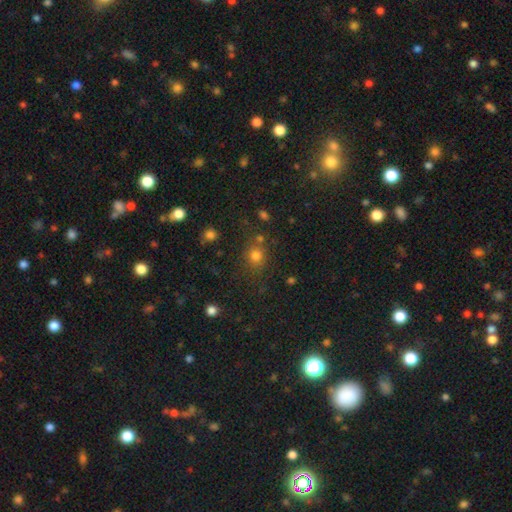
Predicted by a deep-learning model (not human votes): Overall: smooth (75%). How rounded: round (79%). Merging: none (71%).